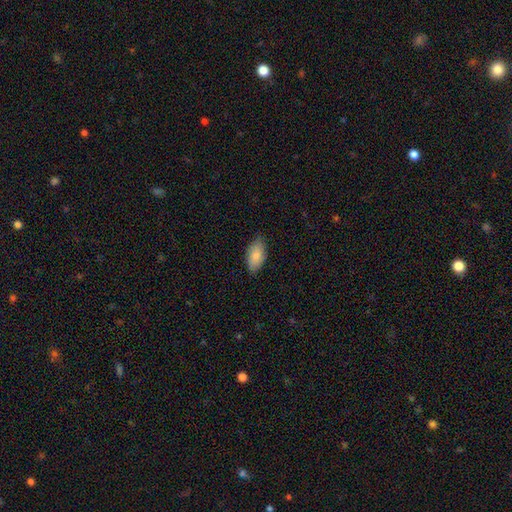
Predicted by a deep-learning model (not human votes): Smooth or featured: smooth — 86% (featured or disk — 8%)
How rounded: in between — 94% (cigar-shaped — 4%)
Merging: none — 82% (minor disturbance — 14%)